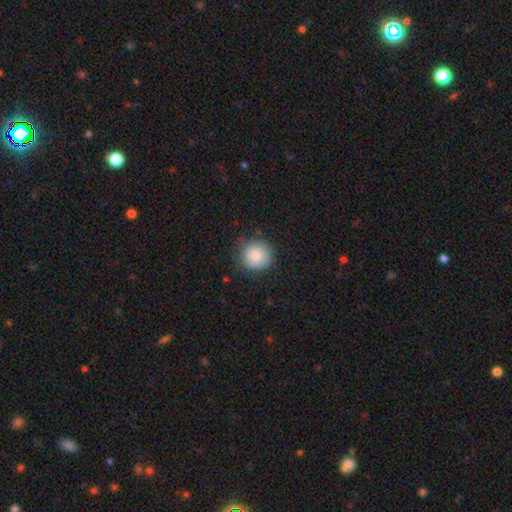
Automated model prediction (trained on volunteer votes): A smooth galaxy with no disk features (85%) that is round (93%).

Vote fractions:
- Smooth or featured? smooth: 85% / star or artifact: 8% / featured or disk: 7%
- How rounded? round: 93% / in between: 6% / cigar-shaped: 1%
- Merging? none: 79% / minor disturbance: 16% / major disturbance: 4% / merger: 1%